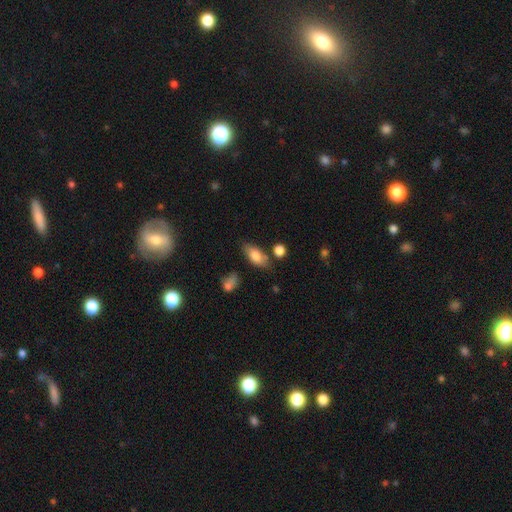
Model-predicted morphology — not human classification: Overall: smooth (78%). How rounded: in between (86%). Merging: none (69%).